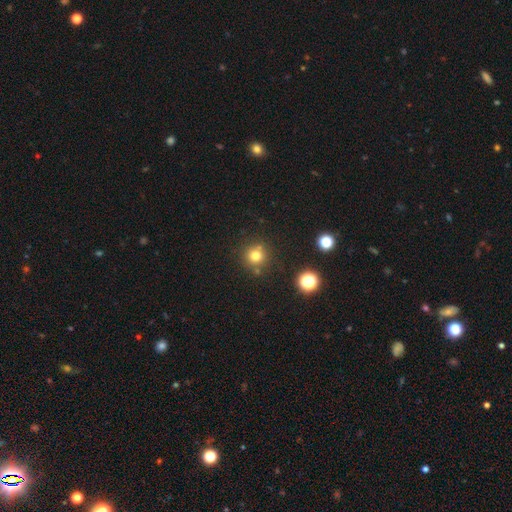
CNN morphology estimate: A smooth galaxy with no disk features (77%) that is round (93%). Merging: none (79%).